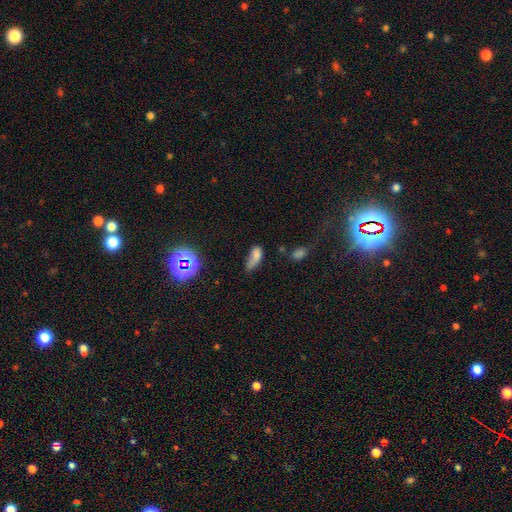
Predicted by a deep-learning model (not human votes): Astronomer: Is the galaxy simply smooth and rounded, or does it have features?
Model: smooth — 72%.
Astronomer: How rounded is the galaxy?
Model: in between — 78%.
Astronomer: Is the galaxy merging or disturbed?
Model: minor disturbance — 34% (runner-up: none, 31%).